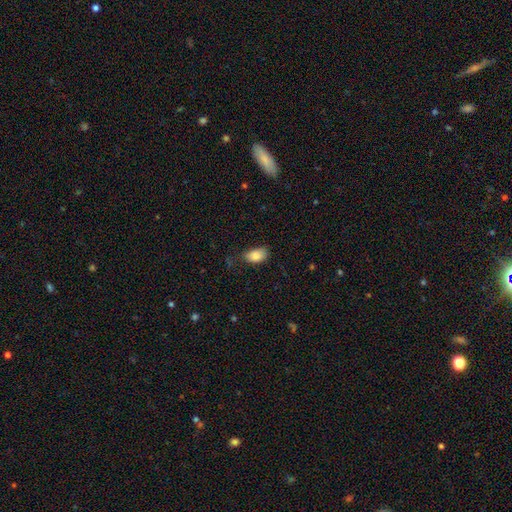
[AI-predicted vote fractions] This is clearly a smooth galaxy (87%). How rounded: clearly in between (92%). Merging: likely none (60%).